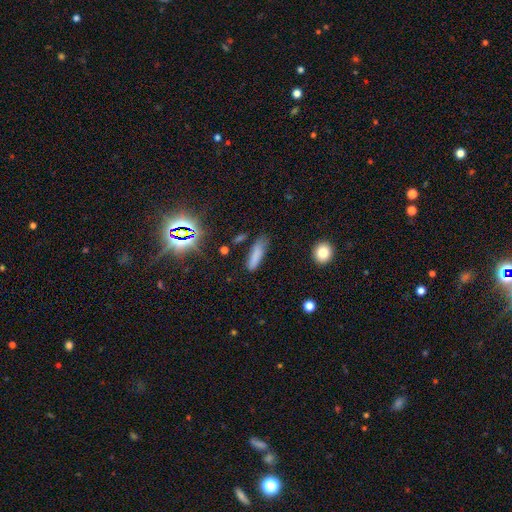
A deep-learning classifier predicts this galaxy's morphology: This is likely a smooth galaxy (78%). How rounded: likely cigar-shaped (68%). Merging: likely none (69%).